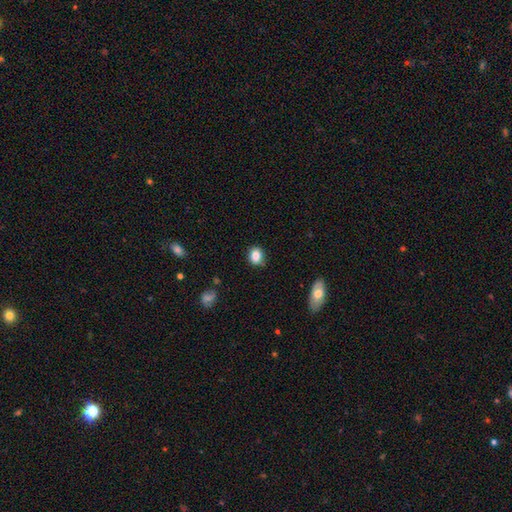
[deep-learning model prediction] smooth 84%, star or artifact 9%, featured or disk 7%. Down the decision tree: how rounded — round (51%); merging — none (79%).